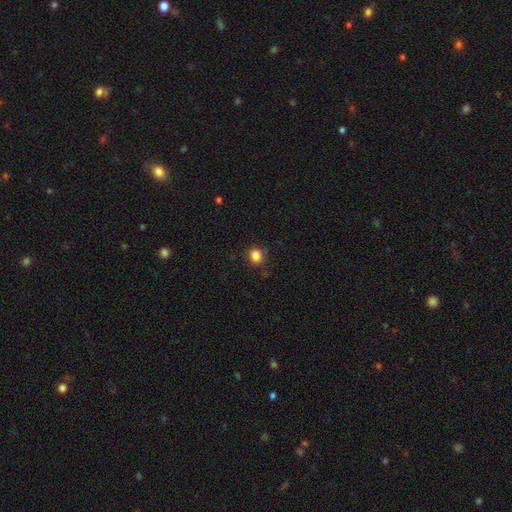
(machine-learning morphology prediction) smooth-or-featured: smooth: 85% | star or artifact: 11% | featured or disk: 4%
  how-rounded: round: 75% | in between: 24% | cigar-shaped: 1%
  merging: none: 84% | minor disturbance: 11% | major disturbance: 3% | merger: 2%